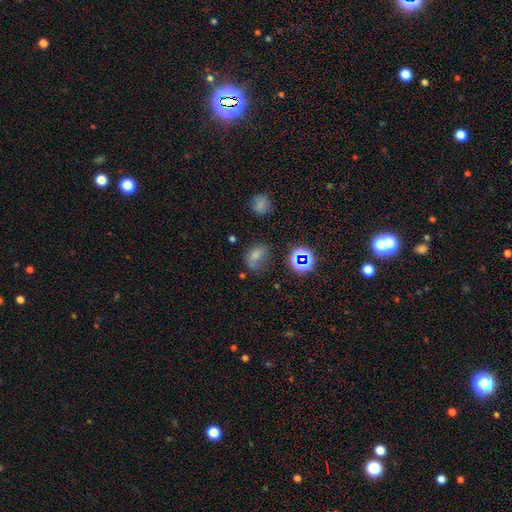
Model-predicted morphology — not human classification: Q: Smooth or featured?
A: smooth (65%); runner-up: star or artifact (22%)
Q: How rounded?
A: in between (70%); runner-up: round (28%)
Q: Merging?
A: none (47%); runner-up: minor disturbance (29%)